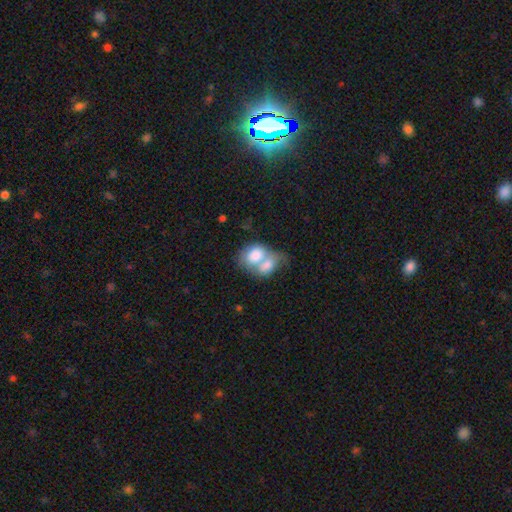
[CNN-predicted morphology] smooth 72%, featured or disk 21%, star or artifact 7%. Down the decision tree: how rounded — in between (68%); merging — merger (77%).